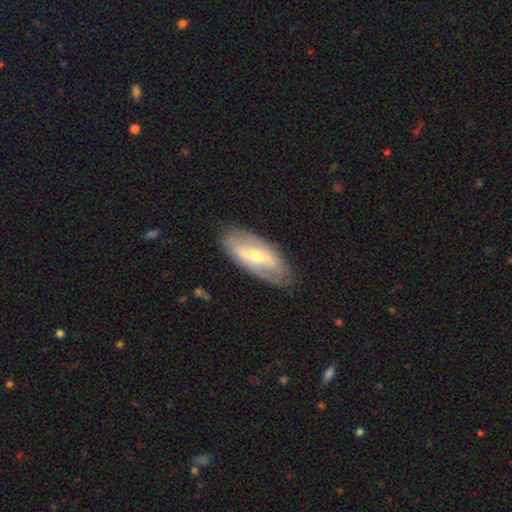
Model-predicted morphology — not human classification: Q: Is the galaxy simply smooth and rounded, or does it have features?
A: featured or disk — 68%.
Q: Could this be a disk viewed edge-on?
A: no — 87%.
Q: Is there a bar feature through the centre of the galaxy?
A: strong — 49%.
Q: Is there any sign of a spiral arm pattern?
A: yes — 64%.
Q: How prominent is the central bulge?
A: moderate — 54%.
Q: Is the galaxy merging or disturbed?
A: none — 80%.